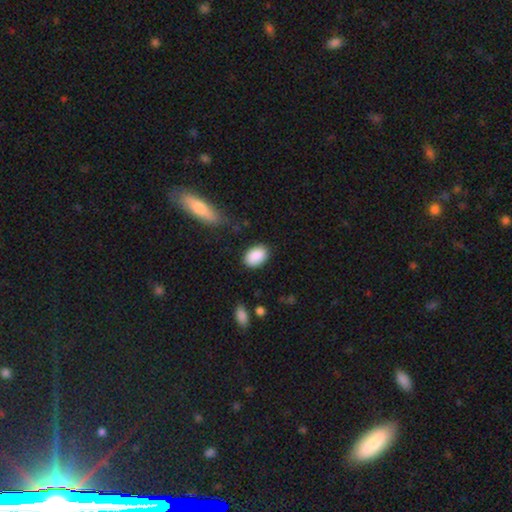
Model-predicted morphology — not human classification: smooth-or-featured: smooth: 89% | star or artifact: 6% | featured or disk: 4%
  how-rounded: in between: 86% | round: 13% | cigar-shaped: 1%
  merging: none: 82% | minor disturbance: 13% | major disturbance: 3% | merger: 2%